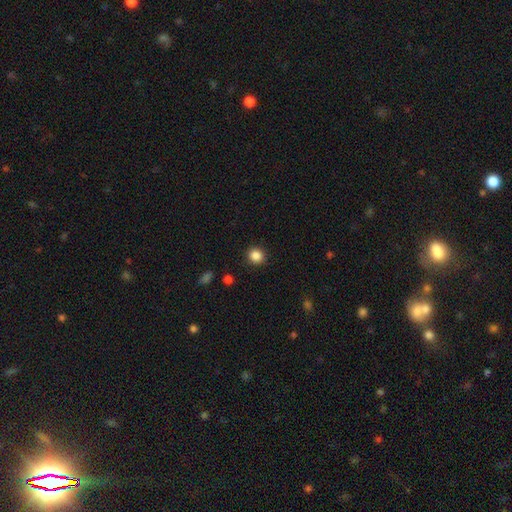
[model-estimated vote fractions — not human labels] Smooth or featured? smooth (86%)
How rounded? round (89%)
Merging? none (91%)